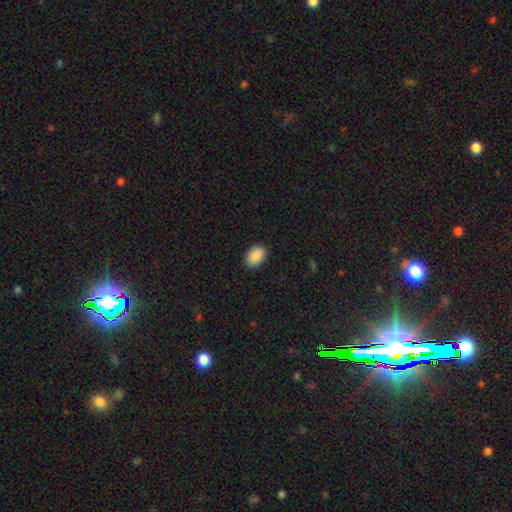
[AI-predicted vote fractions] Overall: smooth (91%). How rounded: in between (88%). Merging: none (89%).